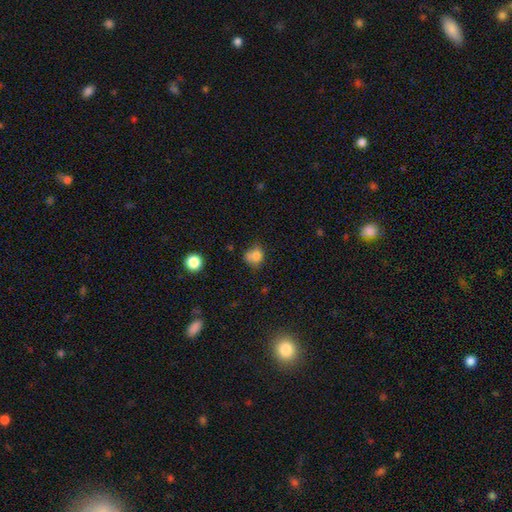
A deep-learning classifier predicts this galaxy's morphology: smooth-or-featured: smooth: 79% | star or artifact: 13% | featured or disk: 9%
  how-rounded: round: 67% | in between: 32% | cigar-shaped: 1%
  merging: none: 48% | minor disturbance: 32% | major disturbance: 13% | merger: 6%